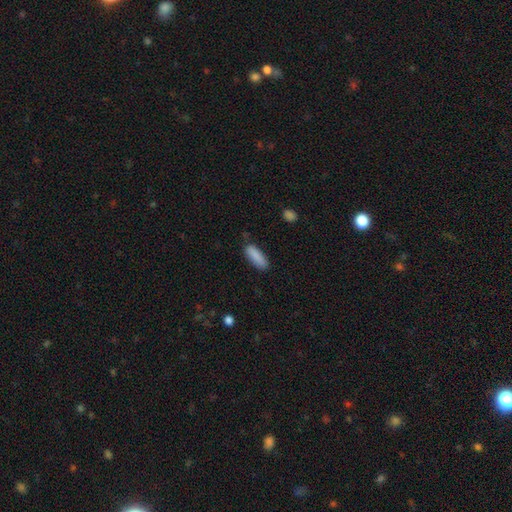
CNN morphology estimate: Smooth or featured?
  - smooth: 88% *
  - star or artifact: 6%
  - featured or disk: 6%
How rounded?
  - in between: 59% *
  - cigar-shaped: 39%
  - round: 2%
Merging?
  - none: 81% *
  - minor disturbance: 14%
  - major disturbance: 3%
  - merger: 2%